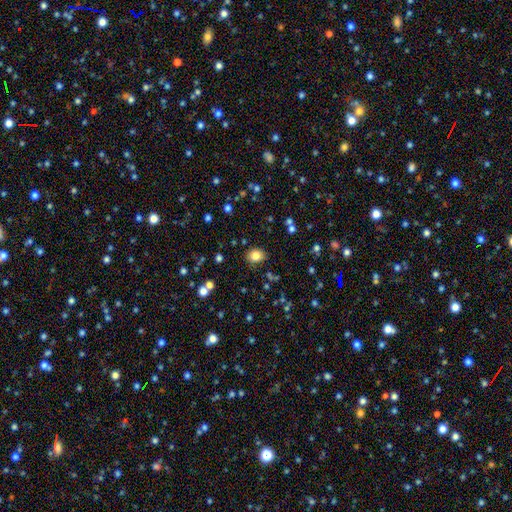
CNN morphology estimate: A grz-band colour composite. It shows a smooth galaxy with no disk features (82%) that is round (59%). Merging: none (86%).